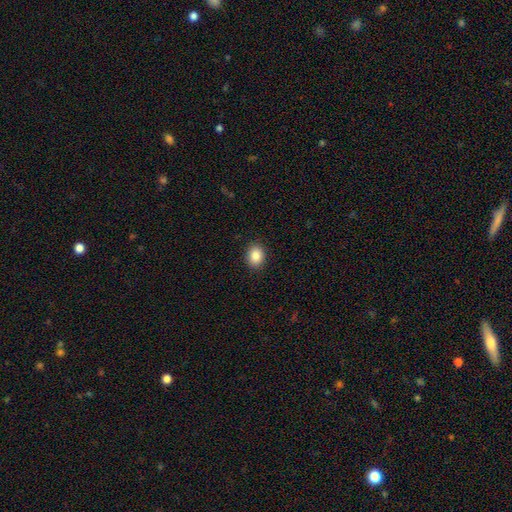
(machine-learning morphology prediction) A smooth galaxy with no disk features (86%) that is in between round and cigar-shaped (53%).

Vote fractions:
- Smooth or featured? smooth: 86% / star or artifact: 9% / featured or disk: 5%
- How rounded? in between: 53% / round: 46% / cigar-shaped: 1%
- Merging? none: 90% / minor disturbance: 7% / major disturbance: 2% / merger: 1%